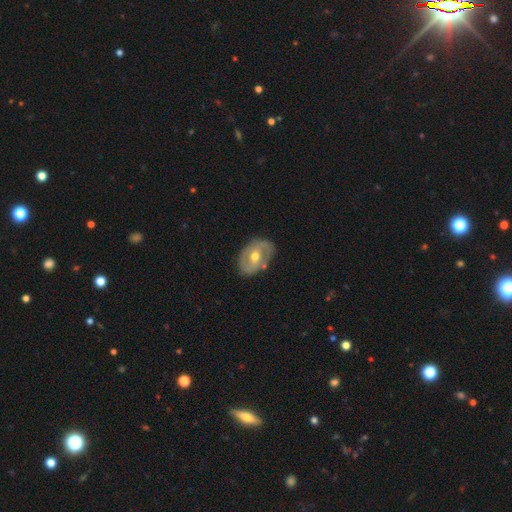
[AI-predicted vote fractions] Smooth or featured: featured or disk — 68% (smooth — 25%)
Edge-on disk: no — 94% (yes — 6%)
Bar: weak — 42% (no — 37%)
Spiral arms: yes — 59% (no — 41%)
Bulge size: moderate — 75% (small — 19%)
Merging: none — 76% (minor disturbance — 17%)